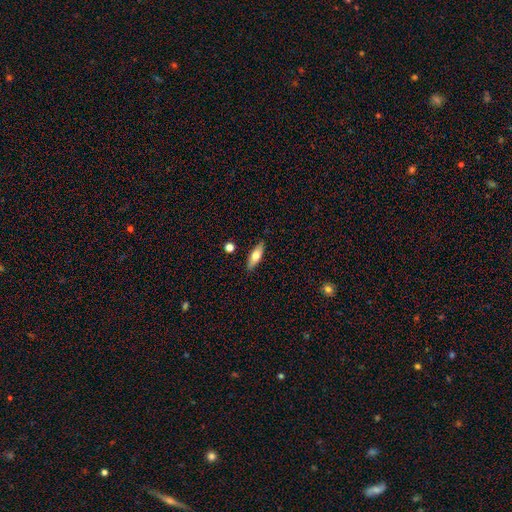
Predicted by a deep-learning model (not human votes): A smooth galaxy with no disk features (63%) that is in between round and cigar-shaped (56%).

Vote fractions:
- Smooth or featured? smooth: 63% / featured or disk: 30% / star or artifact: 6%
- How rounded? in between: 56% / cigar-shaped: 41% / round: 3%
- Merging? none: 85% / minor disturbance: 11% / major disturbance: 2% / merger: 2%